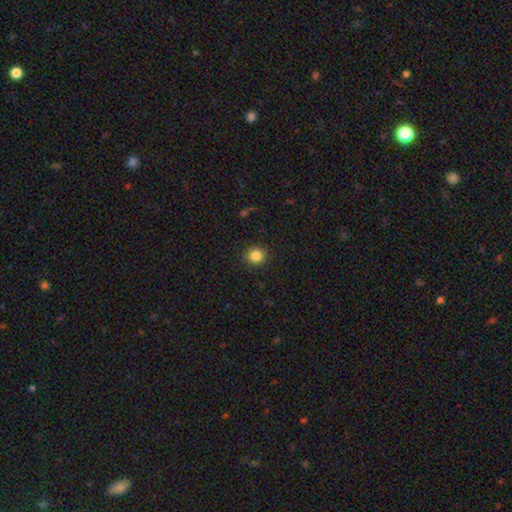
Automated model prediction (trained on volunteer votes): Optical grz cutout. It shows a smooth galaxy with no disk features (85%) that is round (87%). Merging: none (91%).